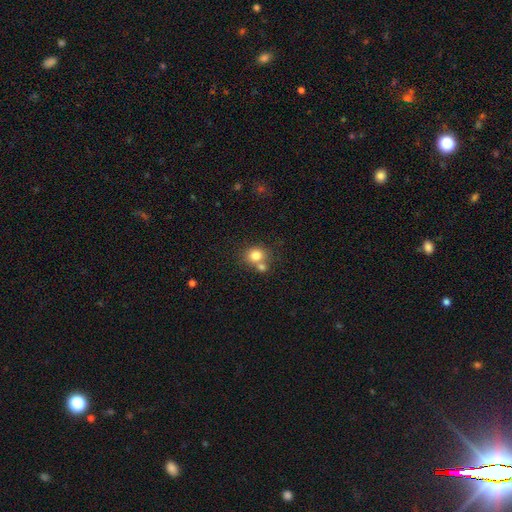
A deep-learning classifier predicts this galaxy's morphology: This is likely a smooth galaxy (79%). How rounded: likely round (75%). Merging: possibly none (51%).